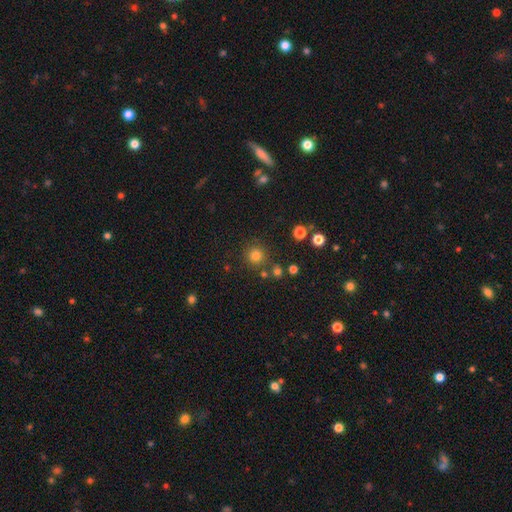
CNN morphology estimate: The model was most divided on "smooth or featured": smooth: 79%, star or artifact: 15%, featured or disk: 6%. More confident: how rounded — round (94%); merging — none (83%).